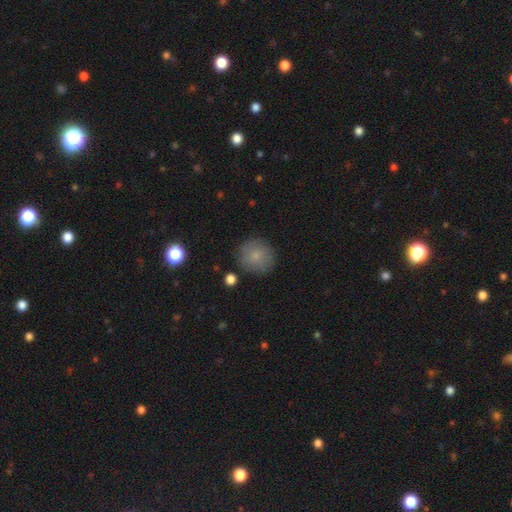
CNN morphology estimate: A smooth galaxy with no disk features (80%) that is round (90%).

Vote fractions:
- Smooth or featured? smooth: 80% / featured or disk: 12% / star or artifact: 8%
- How rounded? round: 90% / in between: 9% / cigar-shaped: 1%
- Merging? none: 83% / minor disturbance: 11% / major disturbance: 3% / merger: 2%